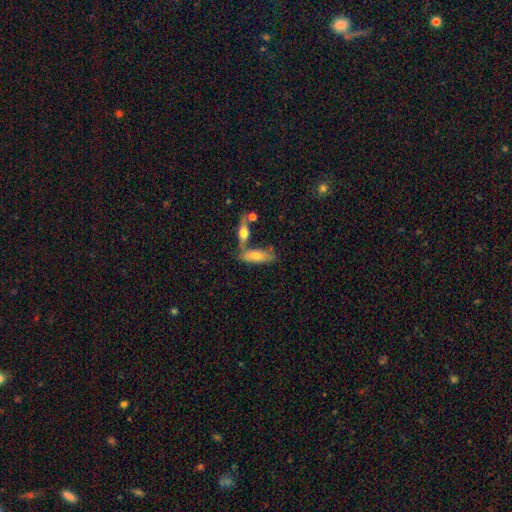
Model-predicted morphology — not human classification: This appears to be a smooth galaxy with no disk features (67%) that is in between round and cigar-shaped (57%). Merging: none (49%).